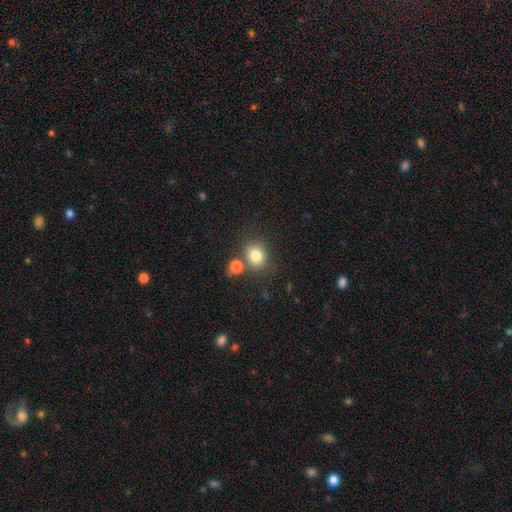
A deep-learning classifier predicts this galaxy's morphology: type=smooth (81%); roundness=round (73%); merging=none (64%).